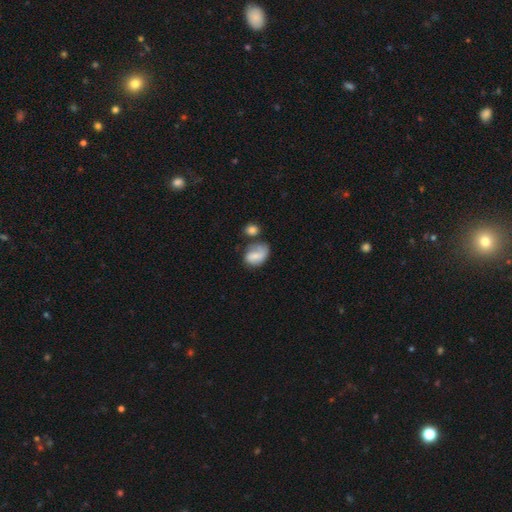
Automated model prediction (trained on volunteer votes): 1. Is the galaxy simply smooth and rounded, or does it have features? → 62% smooth, 30% featured or disk, 9% star or artifact.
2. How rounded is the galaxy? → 76% in between, 23% round, 1% cigar-shaped.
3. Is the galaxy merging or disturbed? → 36% none, 27% minor disturbance, 20% merger, 17% major disturbance.